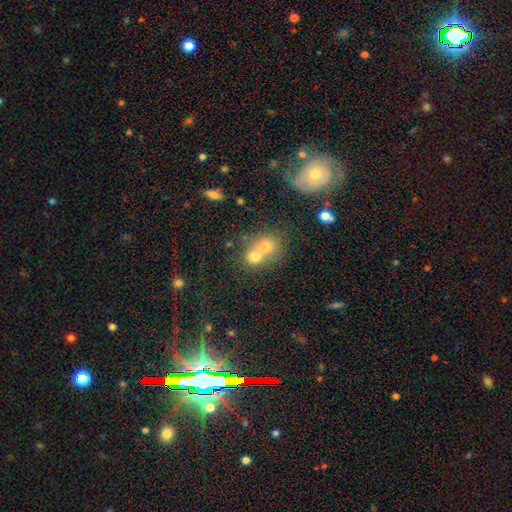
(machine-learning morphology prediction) smooth-or-featured: smooth: 63% | featured or disk: 20% | star or artifact: 16%
  how-rounded: round: 70% | in between: 29% | cigar-shaped: 1%
  merging: merger: 63% | none: 28% | minor disturbance: 6% | major disturbance: 3%